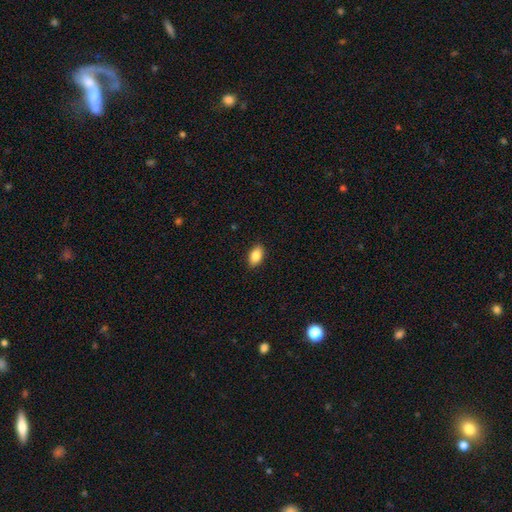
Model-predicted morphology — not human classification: Smooth or featured? smooth (85%)
How rounded? in between (91%)
Merging? none (89%)